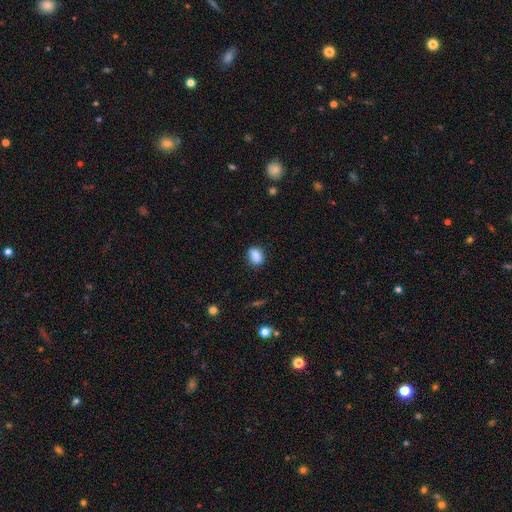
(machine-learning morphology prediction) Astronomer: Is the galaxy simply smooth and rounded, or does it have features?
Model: smooth — 86%.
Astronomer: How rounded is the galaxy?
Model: in between — 72%.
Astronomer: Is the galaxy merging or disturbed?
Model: none — 76%.